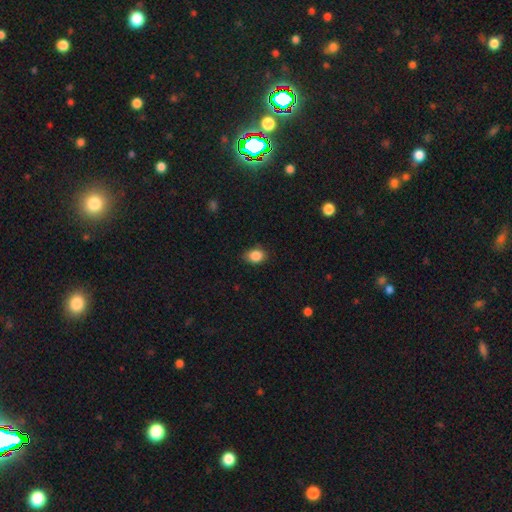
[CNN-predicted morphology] smooth 87%, star or artifact 9%, featured or disk 4%. Down the decision tree: how rounded — in between (63%); merging — none (82%).